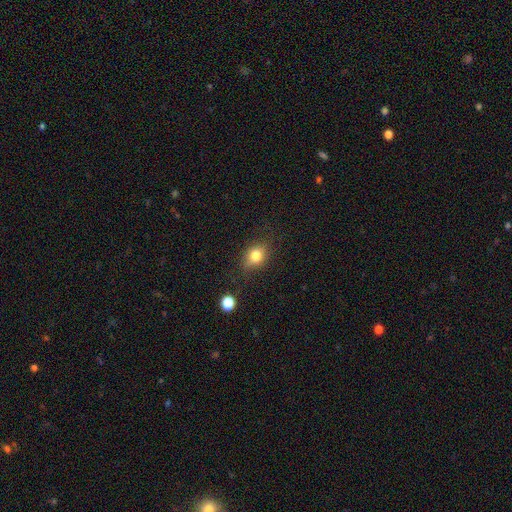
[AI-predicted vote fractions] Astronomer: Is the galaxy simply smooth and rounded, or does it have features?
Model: smooth — 77%.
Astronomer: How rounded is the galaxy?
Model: in between — 52% (runner-up: round, 46%).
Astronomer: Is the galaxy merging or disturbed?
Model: none — 71%.